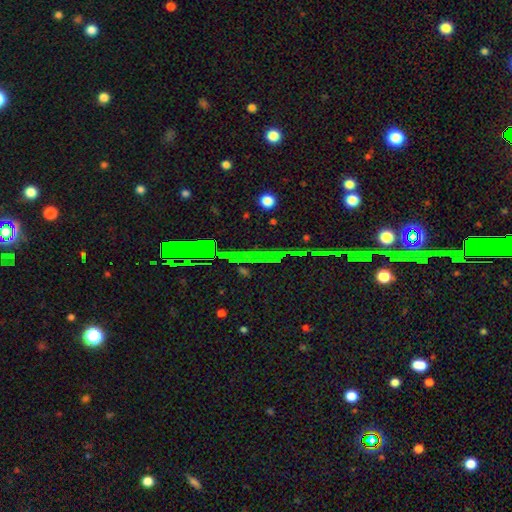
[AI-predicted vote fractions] Smooth or featured? star or artifact (73%)